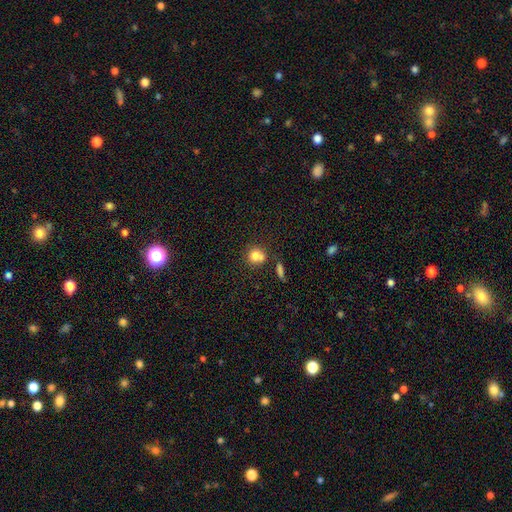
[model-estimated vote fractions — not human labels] This appears to be a smooth galaxy with no disk features (78%) that is round (82%). Merging: none (51%).